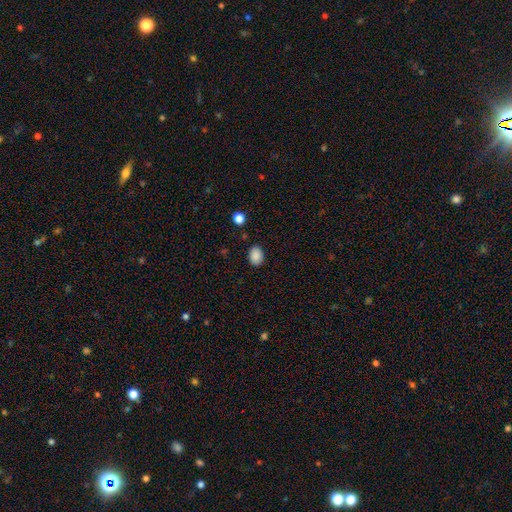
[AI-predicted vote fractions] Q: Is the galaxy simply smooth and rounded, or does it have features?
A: smooth — 88%.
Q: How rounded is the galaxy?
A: in between — 73%.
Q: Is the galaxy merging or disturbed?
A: none — 86%.